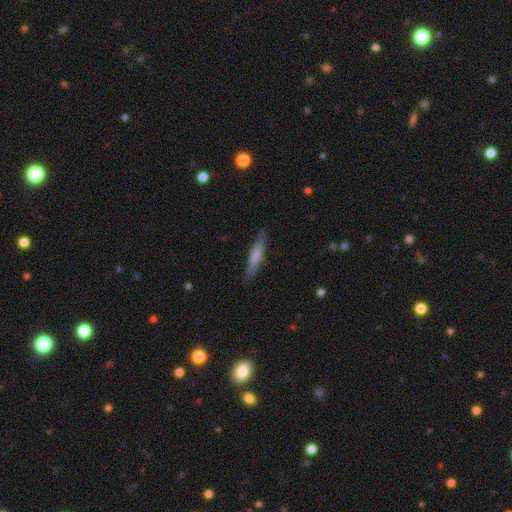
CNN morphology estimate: A smooth galaxy with no disk features (71%) that is cigar-shaped (88%). Merging: none (85%).